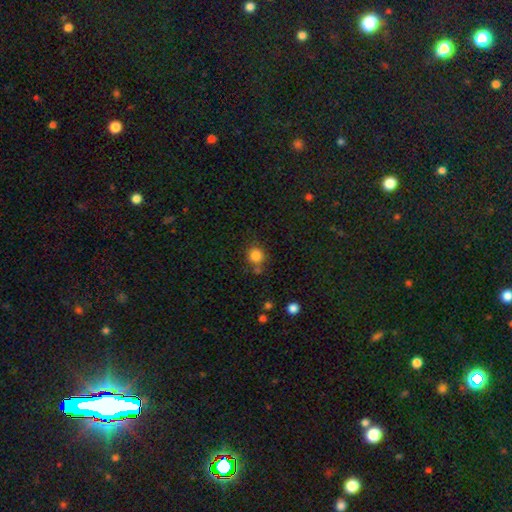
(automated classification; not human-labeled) Smooth or featured? smooth (84%)
How rounded? round (86%)
Merging? none (70%)